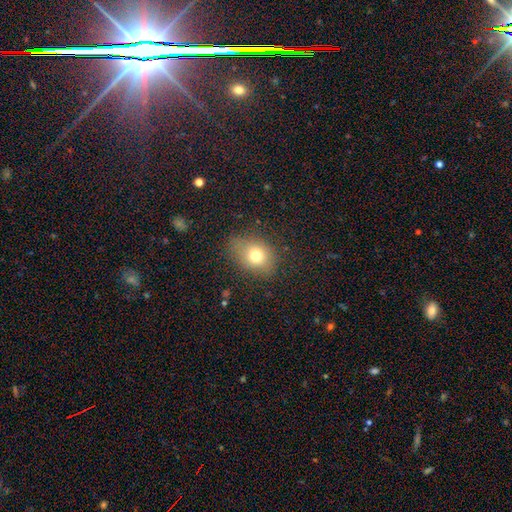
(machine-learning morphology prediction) The model was most divided on "how rounded": in between: 57%, round: 42%, cigar-shaped: 1%. More confident: smooth or featured — smooth (74%); merging — none (73%).